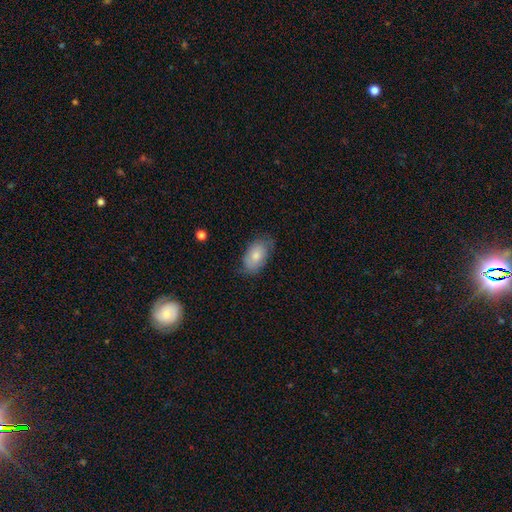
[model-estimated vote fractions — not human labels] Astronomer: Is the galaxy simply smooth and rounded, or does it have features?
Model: smooth — 74%.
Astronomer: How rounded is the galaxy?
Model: in between — 93%.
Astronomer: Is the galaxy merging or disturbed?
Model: none — 67%.